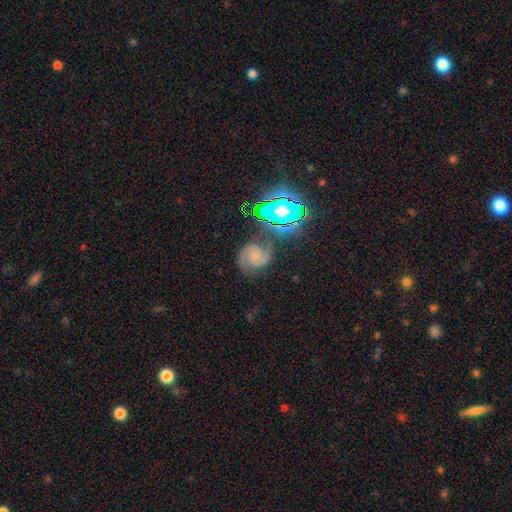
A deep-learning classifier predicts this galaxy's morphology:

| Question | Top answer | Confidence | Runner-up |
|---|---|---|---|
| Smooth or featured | featured or disk | 73% | smooth (15%) |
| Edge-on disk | no | 98% | yes (2%) |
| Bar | no | 61% | weak (31%) |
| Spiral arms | yes | 96% | no (4%) |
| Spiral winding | medium | 52% | tight (30%) |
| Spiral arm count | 2 | 88% | can't tell (4%) |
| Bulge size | small | 43% | none (29%) |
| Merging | none | 70% | minor disturbance (17%) |